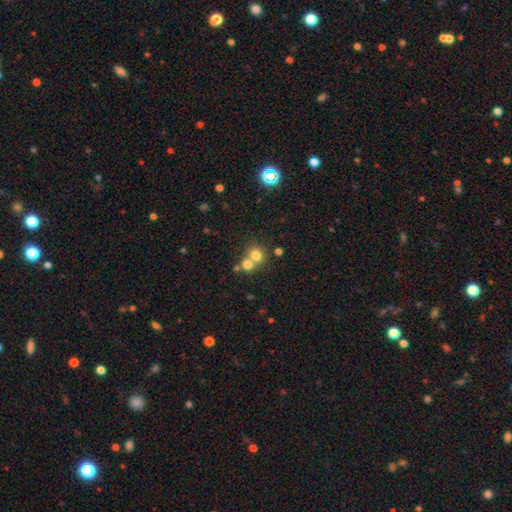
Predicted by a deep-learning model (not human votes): Smooth or featured? smooth (73%)
How rounded? round (81%)
Merging? merger (55%)